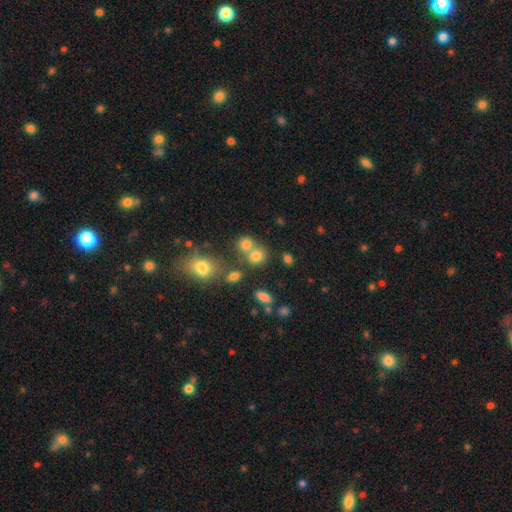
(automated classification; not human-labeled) Smooth or featured? Predicted: smooth (p=0.74). How rounded? Predicted: round (p=0.74). Merging? Predicted: none (p=0.47).